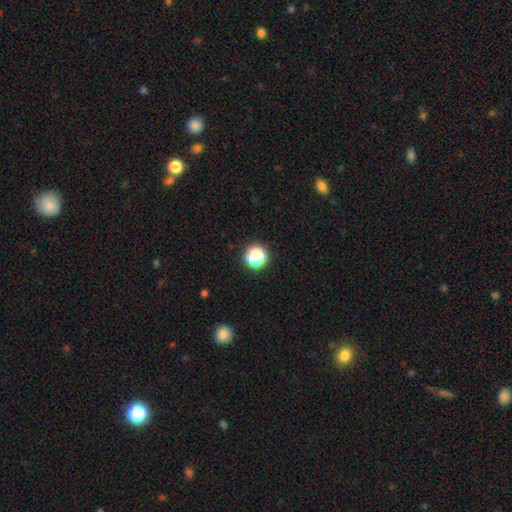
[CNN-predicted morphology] Overall: smooth (57%; star or artifact 35%). How rounded: round (90%). Merging: none (84%).